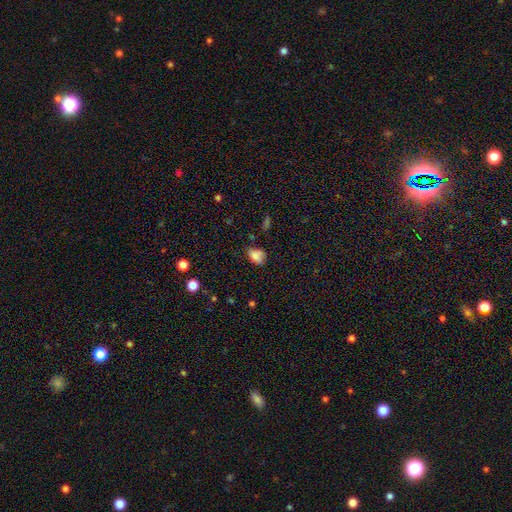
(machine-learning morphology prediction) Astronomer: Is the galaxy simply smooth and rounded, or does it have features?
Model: smooth — 80%.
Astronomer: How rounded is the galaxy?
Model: in between — 74%.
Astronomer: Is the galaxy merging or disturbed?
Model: none — 55% (runner-up: minor disturbance, 31%).